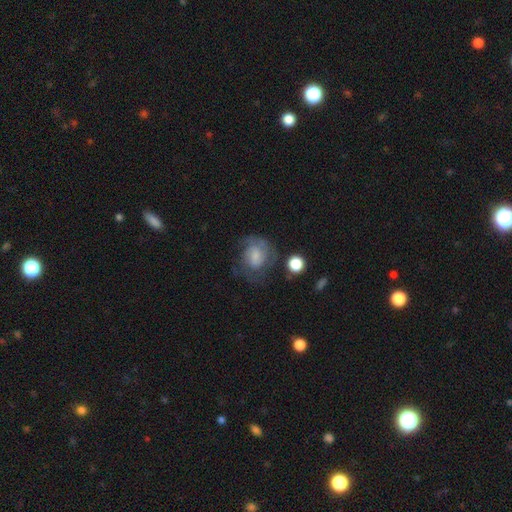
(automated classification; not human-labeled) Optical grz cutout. It shows a featured or disk galaxy (55%) with no bar (54%), spiral arms (80%) and a small central bulge (38%). Merging: none (49%).